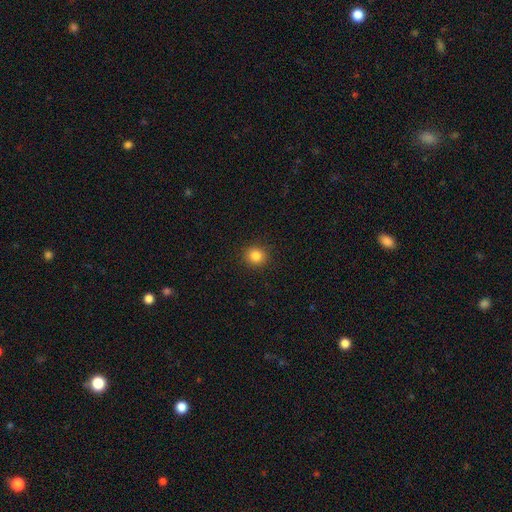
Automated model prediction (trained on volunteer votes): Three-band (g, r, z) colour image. It shows a smooth galaxy with no disk features (84%) that is round (89%). Merging: none (91%).